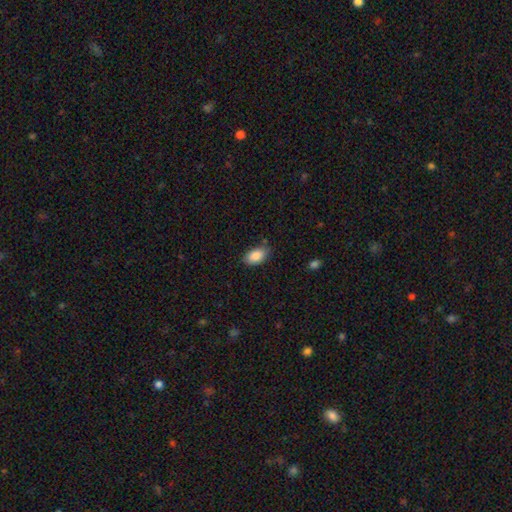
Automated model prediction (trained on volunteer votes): A smooth galaxy with no disk features (88%) that is in between round and cigar-shaped (92%). Merging: none (77%).